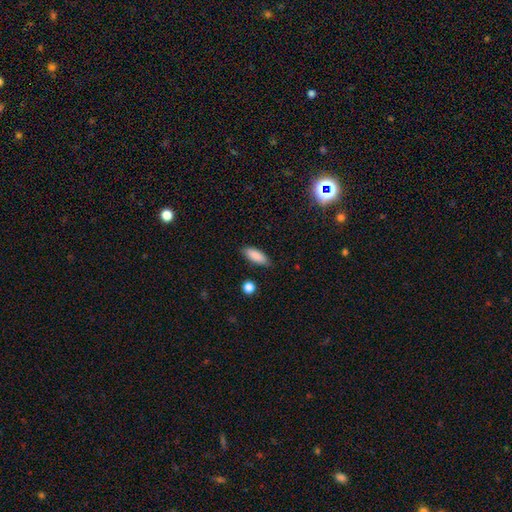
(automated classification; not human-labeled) Smooth or featured? Predicted: smooth (p=0.86). How rounded? Predicted: in between (p=0.71). Merging? Predicted: none (p=0.84).